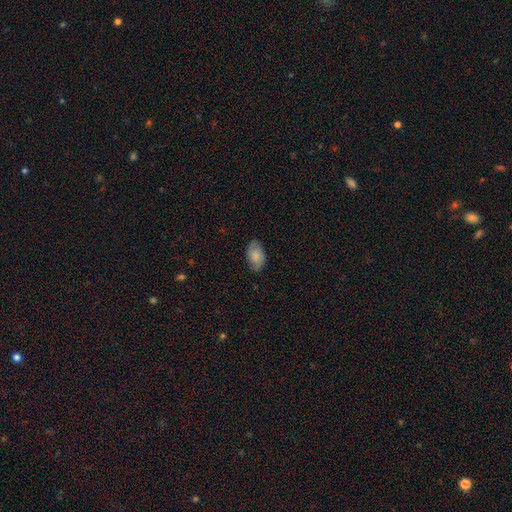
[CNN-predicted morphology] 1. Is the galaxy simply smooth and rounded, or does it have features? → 65% smooth, 27% featured or disk, 8% star or artifact.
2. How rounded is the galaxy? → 91% in between, 8% round, 2% cigar-shaped.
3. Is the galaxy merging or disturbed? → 78% none, 17% minor disturbance, 4% major disturbance, 1% merger.